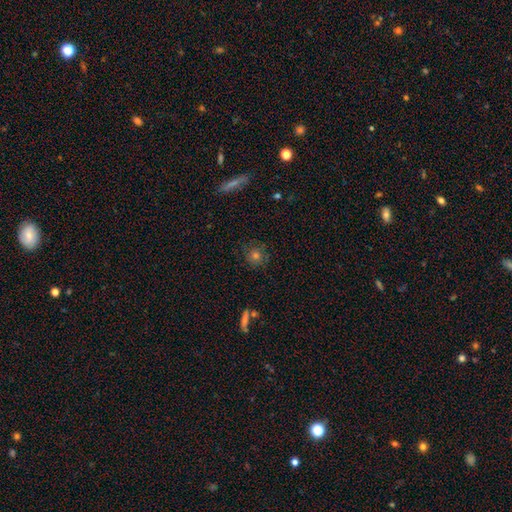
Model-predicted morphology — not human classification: This appears to be a smooth galaxy with no disk features (60%) that is round (89%). Merging: none (84%).